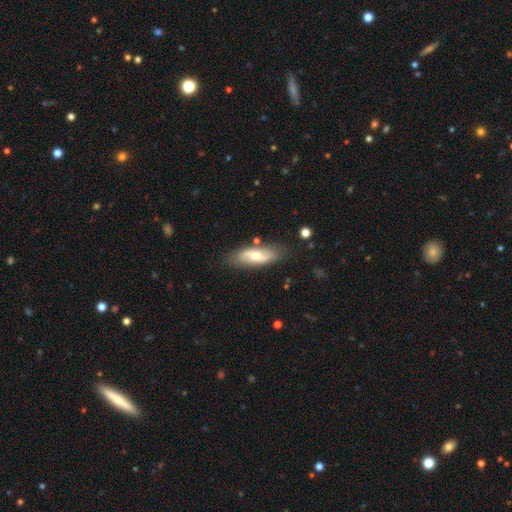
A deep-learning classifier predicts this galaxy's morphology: Smooth or featured? Predicted: smooth (p=0.51). How rounded? Predicted: in between (p=0.71). Merging? Predicted: none (p=0.79).